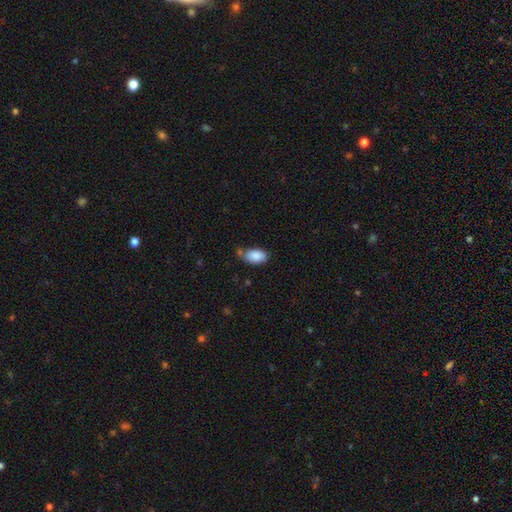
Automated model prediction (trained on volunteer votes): smooth 88%, star or artifact 7%, featured or disk 5%. Down the decision tree: how rounded — in between (93%); merging — none (57%).